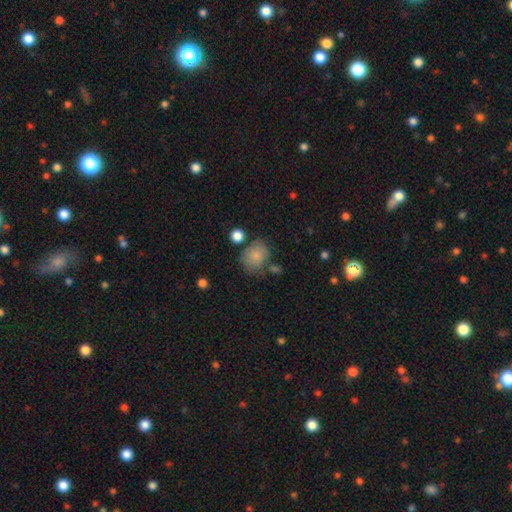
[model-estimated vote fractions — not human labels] This appears to be a smooth galaxy with no disk features (81%) that is in between round and cigar-shaped (51%). Merging: none (60%).